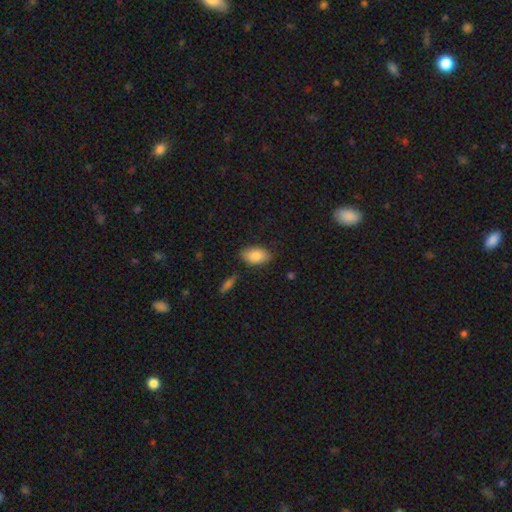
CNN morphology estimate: This appears to be a smooth galaxy with no disk features (86%) that is in between round and cigar-shaped (92%). Merging: none (82%).